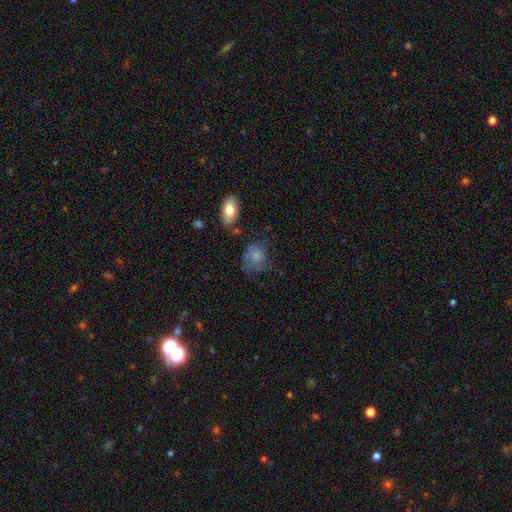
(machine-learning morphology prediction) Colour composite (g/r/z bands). It shows a smooth galaxy with no disk features (65%) that is round (55%). Merging: none (42%).